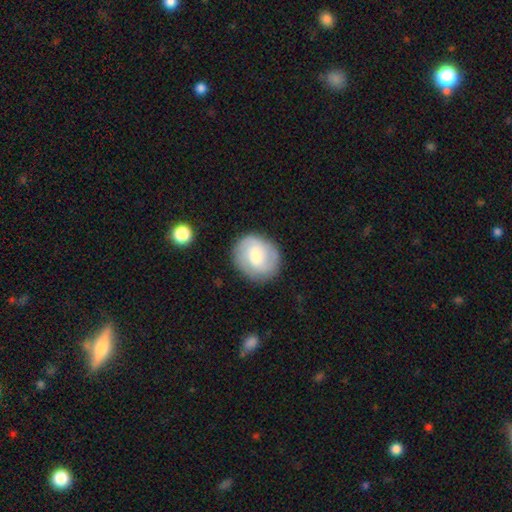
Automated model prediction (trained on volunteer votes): smooth_or_featured: featured or disk (p=0.49) [alt: smooth p=0.44]
merging: none (p=0.82) [alt: minor disturbance p=0.12]